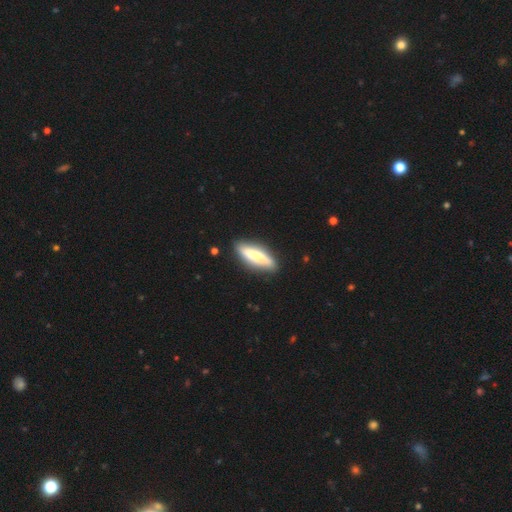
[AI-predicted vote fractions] Q: Smooth or featured?
A: smooth (59%); runner-up: featured or disk (35%)
Q: How rounded?
A: cigar-shaped (67%); runner-up: in between (31%)
Q: Merging?
A: none (86%); runner-up: minor disturbance (10%)